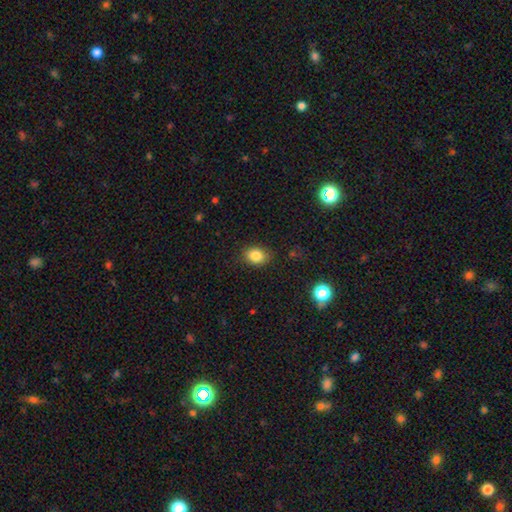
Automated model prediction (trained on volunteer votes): Overall: smooth (84%). How rounded: in between (61%; round 38%). Merging: none (84%).